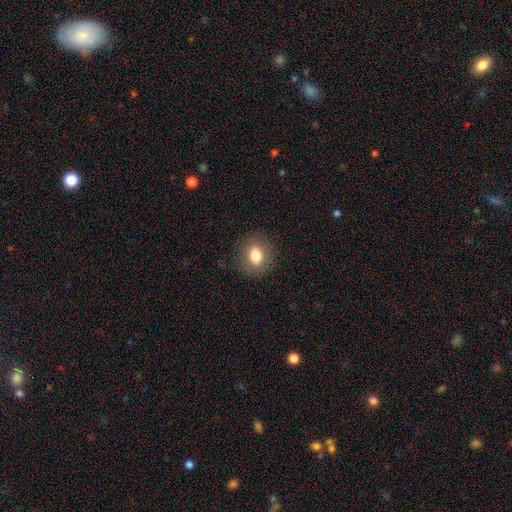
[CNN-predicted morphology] Smooth or featured? smooth (79%)
How rounded? round (60%)
Merging? none (85%)